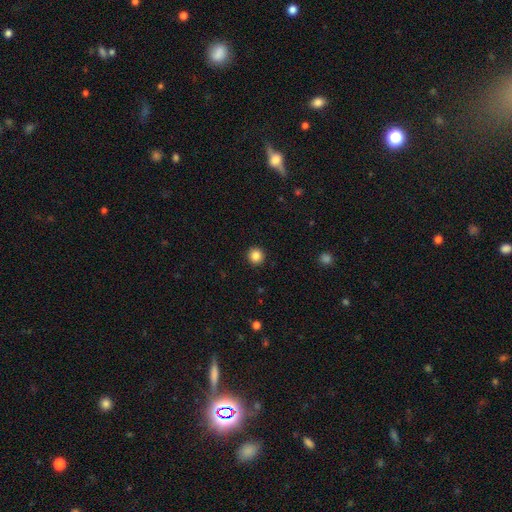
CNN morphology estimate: A smooth galaxy with no disk features (85%) that is round (94%).

Vote fractions:
- Smooth or featured? smooth: 85% / star or artifact: 10% / featured or disk: 5%
- How rounded? round: 94% / in between: 5% / cigar-shaped: 1%
- Merging? none: 93% / minor disturbance: 4% / major disturbance: 2% / merger: 1%